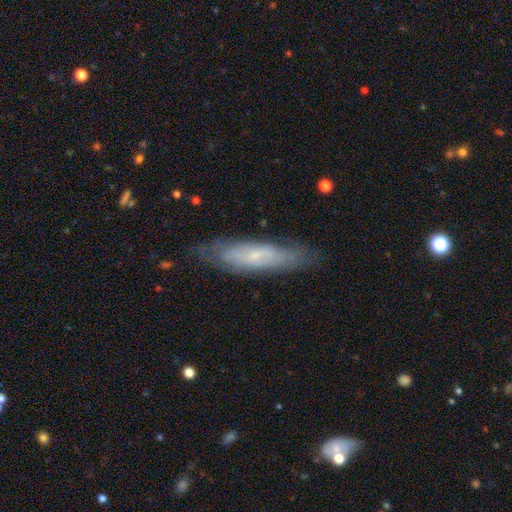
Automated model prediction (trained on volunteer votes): Smooth or featured? Predicted: featured or disk (p=0.50). Edge-on disk? Predicted: no (p=0.55). Merging? Predicted: none (p=0.76).